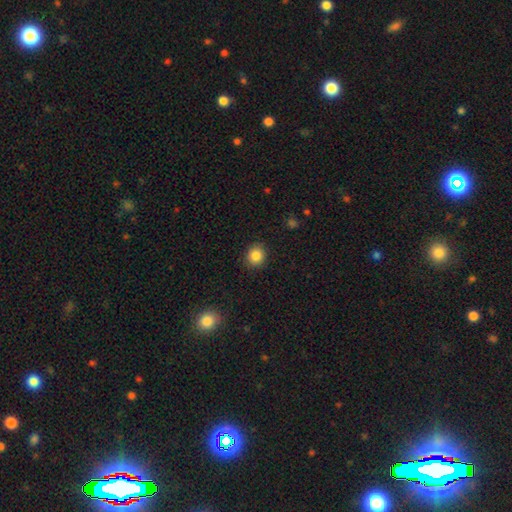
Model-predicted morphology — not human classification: smooth-or-featured: smooth: 86% | star or artifact: 10% | featured or disk: 4%
  how-rounded: round: 84% | in between: 15% | cigar-shaped: 1%
  merging: none: 89% | minor disturbance: 7% | major disturbance: 2% | merger: 1%